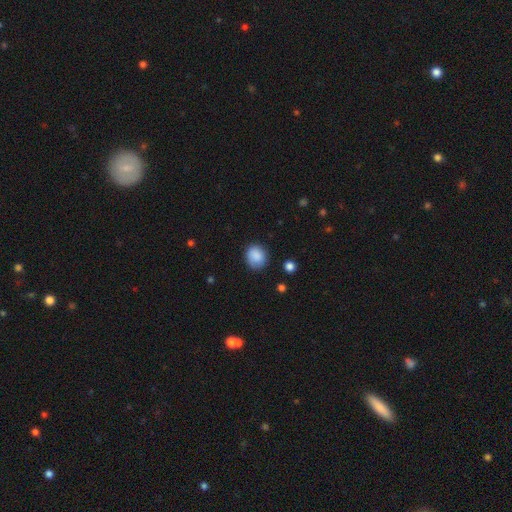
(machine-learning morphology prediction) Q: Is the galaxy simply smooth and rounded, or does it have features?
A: smooth — 88%.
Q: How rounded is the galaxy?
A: round — 69%.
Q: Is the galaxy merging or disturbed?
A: none — 80%.